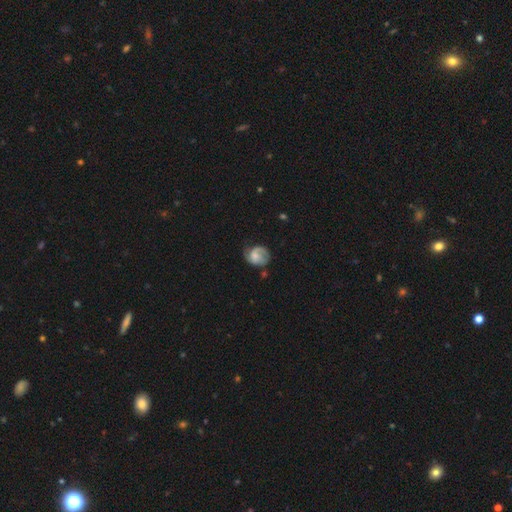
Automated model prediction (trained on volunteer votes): Q: Smooth or featured?
A: featured or disk (55%); runner-up: smooth (38%)
Q: Edge-on disk?
A: no (97%); runner-up: yes (3%)
Q: Bar?
A: no (57%); runner-up: weak (36%)
Q: Spiral arms?
A: yes (86%); runner-up: no (14%)
Q: Bulge size?
A: moderate (35%); runner-up: small (32%)
Q: Merging?
A: none (50%); runner-up: minor disturbance (28%)